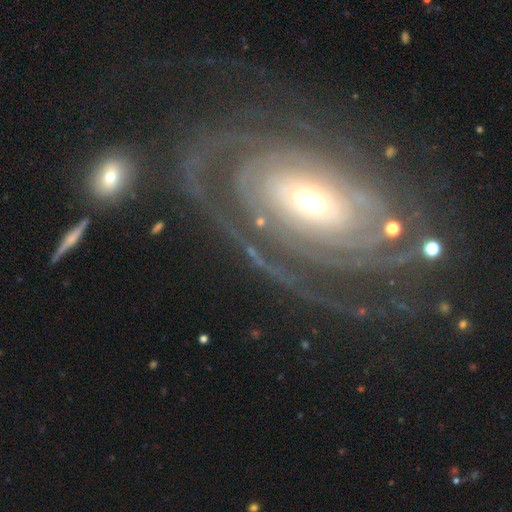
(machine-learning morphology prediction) type=featured or disk (85%); edge-on=no (93%); bar=no (66%); spiral arms=yes (92%); winding=tight (70%); arm count=can't tell (28%); bulge=moderate (57%); merging=none (68%).